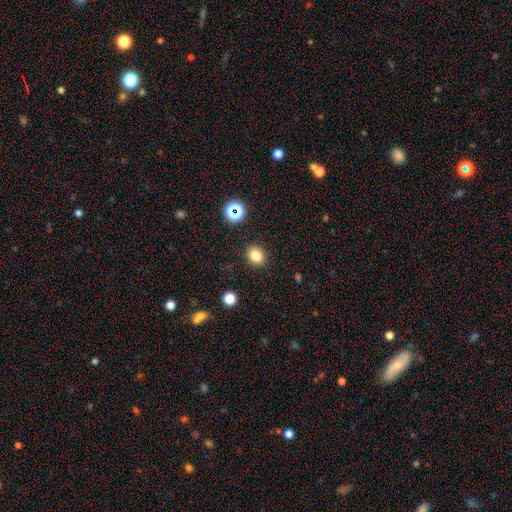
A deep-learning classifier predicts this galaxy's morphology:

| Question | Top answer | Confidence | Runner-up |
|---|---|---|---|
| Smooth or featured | smooth | 81% | star or artifact (14%) |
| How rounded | round | 71% | in between (28%) |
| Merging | none | 89% | minor disturbance (7%) |